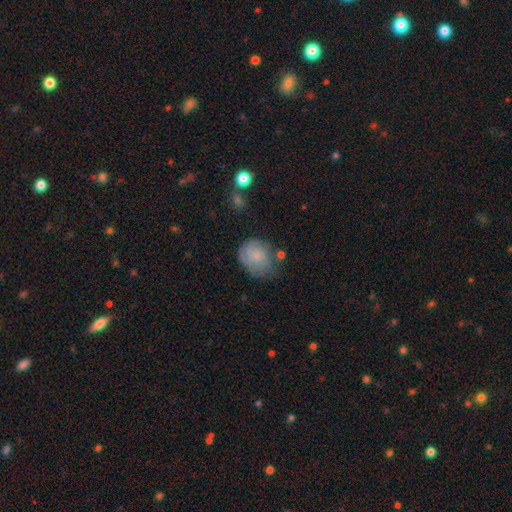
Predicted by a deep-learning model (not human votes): This appears to be a smooth galaxy with no disk features (64%) that is round (65%). Merging: none (52%).